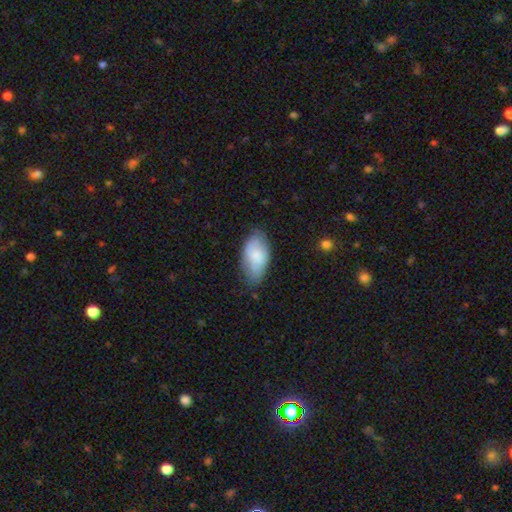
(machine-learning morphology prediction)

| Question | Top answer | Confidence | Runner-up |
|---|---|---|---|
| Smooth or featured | smooth | 75% | featured or disk (18%) |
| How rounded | in between | 94% | round (3%) |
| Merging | none | 63% | minor disturbance (29%) |